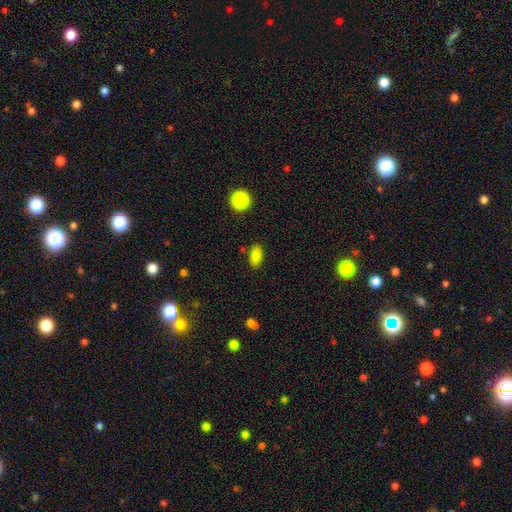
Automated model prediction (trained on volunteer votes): Smooth or featured?
  - smooth: 86% *
  - star or artifact: 10%
  - featured or disk: 4%
How rounded?
  - in between: 90% *
  - round: 6%
  - cigar-shaped: 4%
Merging?
  - none: 85% *
  - minor disturbance: 10%
  - major disturbance: 3%
  - merger: 2%